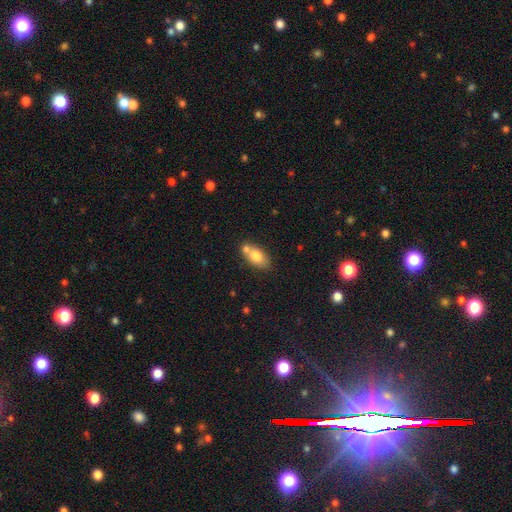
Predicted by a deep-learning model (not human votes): smooth-or-featured: smooth: 77% | featured or disk: 15% | star or artifact: 8%
  how-rounded: in between: 87% | round: 7% | cigar-shaped: 6%
  merging: none: 49% | merger: 33% | minor disturbance: 14% | major disturbance: 4%